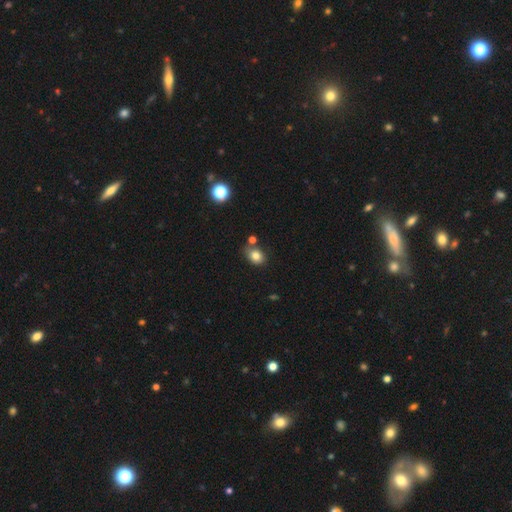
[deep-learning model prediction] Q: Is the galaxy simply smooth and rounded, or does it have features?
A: smooth — 81%.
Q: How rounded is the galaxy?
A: in between — 60%.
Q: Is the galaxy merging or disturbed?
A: none — 68%.